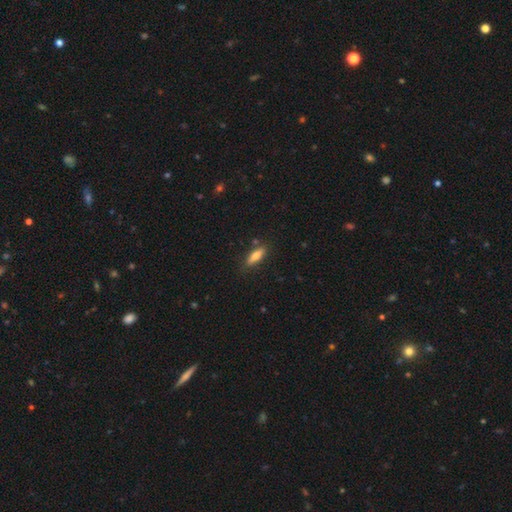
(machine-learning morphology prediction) This is likely a smooth galaxy (71%). How rounded: possibly cigar-shaped (51%). Merging: clearly none (81%).